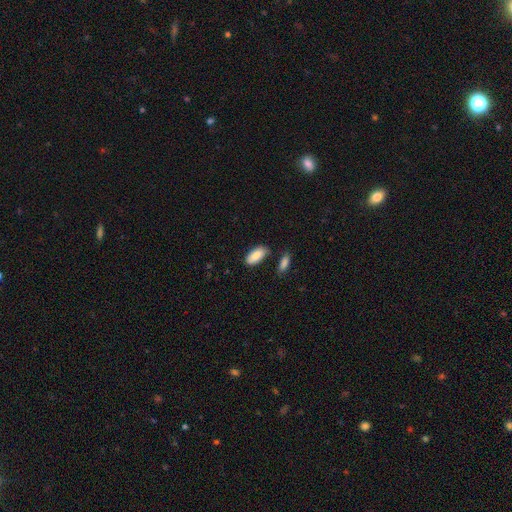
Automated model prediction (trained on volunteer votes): Morphology: type=smooth (89%); roundness=in between (90%); merging=none (70%).